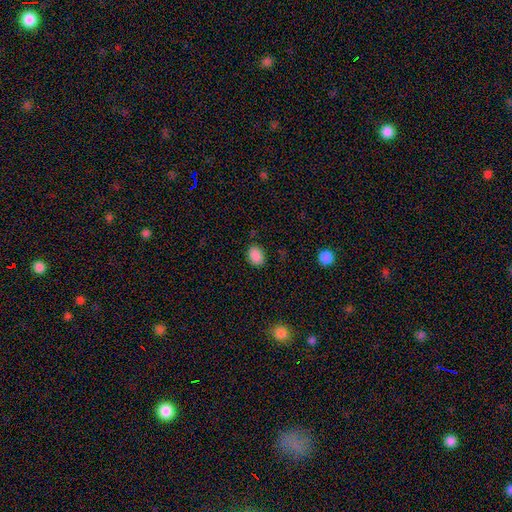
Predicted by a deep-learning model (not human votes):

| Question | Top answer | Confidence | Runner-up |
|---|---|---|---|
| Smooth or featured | smooth | 88% | star or artifact (9%) |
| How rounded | in between | 69% | round (30%) |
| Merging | none | 83% | minor disturbance (13%) |